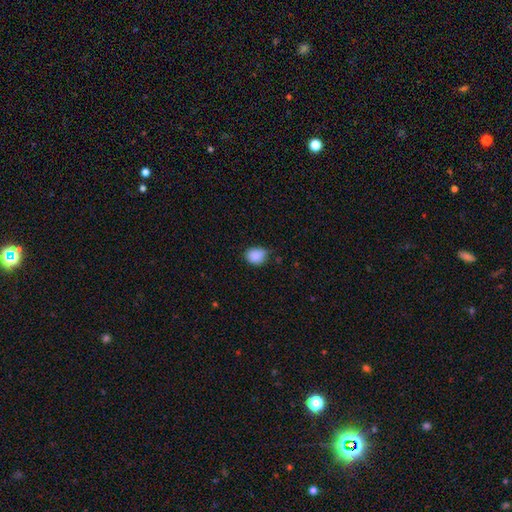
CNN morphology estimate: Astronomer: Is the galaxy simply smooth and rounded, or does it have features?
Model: smooth — 88%.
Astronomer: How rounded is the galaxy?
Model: round — 54% (runner-up: in between, 45%).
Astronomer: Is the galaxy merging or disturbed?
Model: none — 62%.